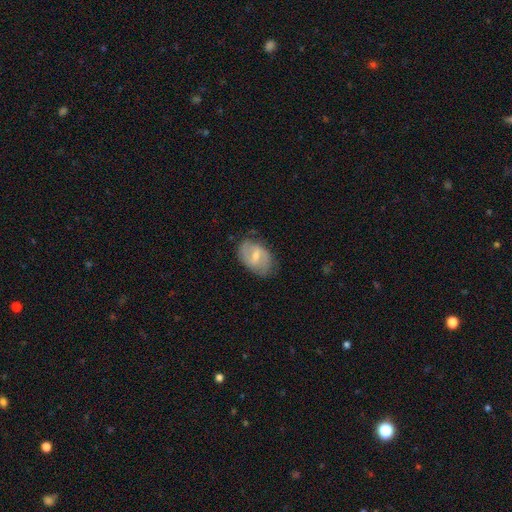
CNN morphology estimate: smooth_or_featured: featured or disk (p=0.65) [alt: smooth p=0.29]
disk_edge_on: no (p=0.96) [alt: yes p=0.04]
bar: weak (p=0.58) [alt: strong p=0.26]
has_spiral_arms: yes (p=0.79) [alt: no p=0.21]
bulge_size: moderate (p=0.47) [alt: small p=0.45]
merging: none (p=0.73) [alt: minor disturbance p=0.20]